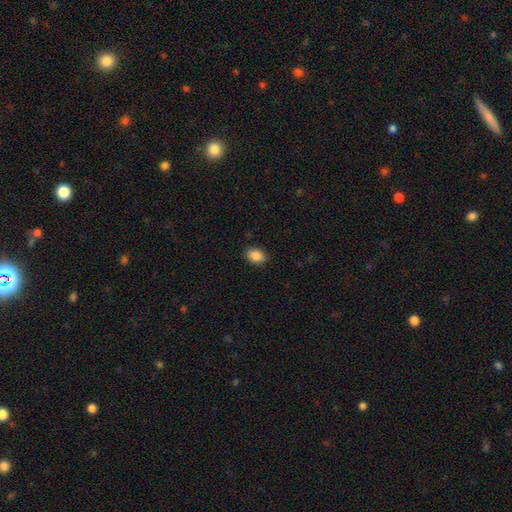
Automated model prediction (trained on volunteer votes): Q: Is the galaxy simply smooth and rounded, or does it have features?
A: smooth — 88%.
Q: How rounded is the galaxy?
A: in between — 69%.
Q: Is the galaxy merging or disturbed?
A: none — 88%.